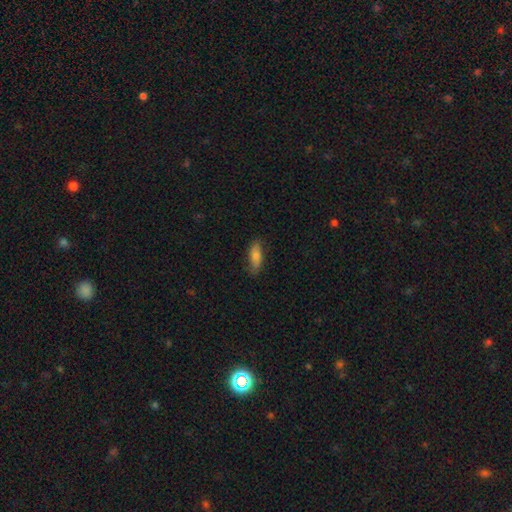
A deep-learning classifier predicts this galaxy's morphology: Smooth or featured?
  - smooth: 74% *
  - featured or disk: 18%
  - star or artifact: 8%
How rounded?
  - in between: 61% *
  - cigar-shaped: 37%
  - round: 3%
Merging?
  - none: 78% *
  - minor disturbance: 18%
  - major disturbance: 3%
  - merger: 1%